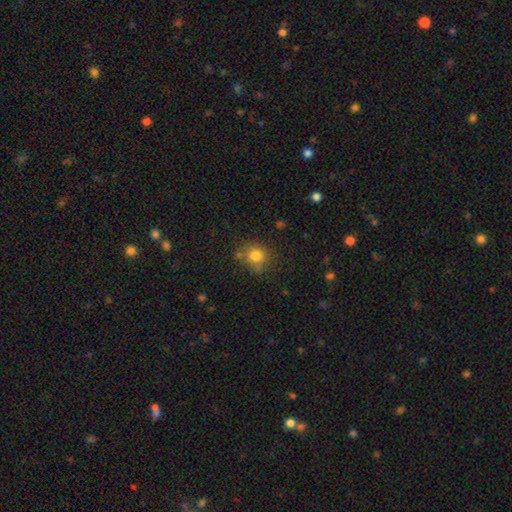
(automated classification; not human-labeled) A smooth galaxy with no disk features (80%) that is round (82%). Merging: none (71%).